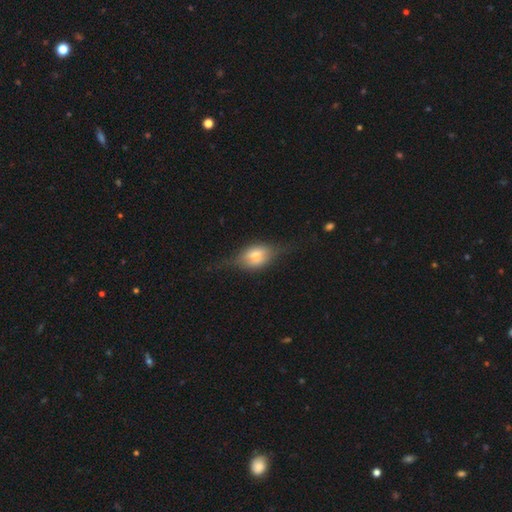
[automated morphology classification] The model was most divided on "smooth or featured": featured or disk: 57%, smooth: 35%, star or artifact: 8%. More confident: edge-on disk — yes (85%); merging — none (62%).